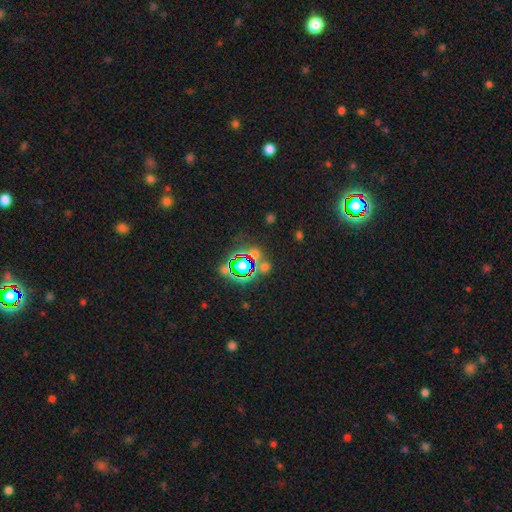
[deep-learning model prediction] The model was most divided on "smooth or featured": star or artifact: 71%, smooth: 20%, featured or disk: 9%.